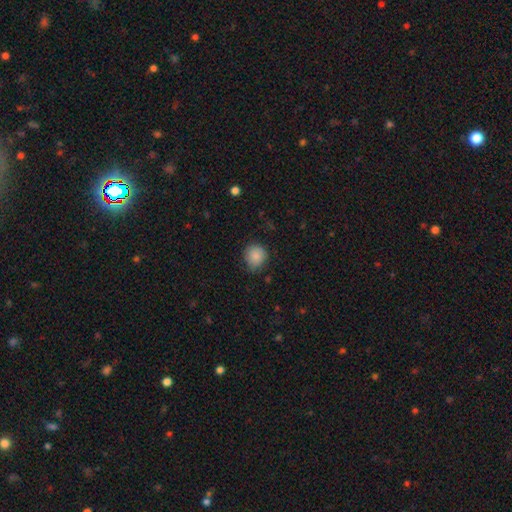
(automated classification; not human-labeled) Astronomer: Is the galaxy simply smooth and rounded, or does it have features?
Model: smooth — 86%.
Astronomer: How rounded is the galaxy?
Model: round — 87%.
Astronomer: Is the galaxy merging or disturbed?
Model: none — 74%.